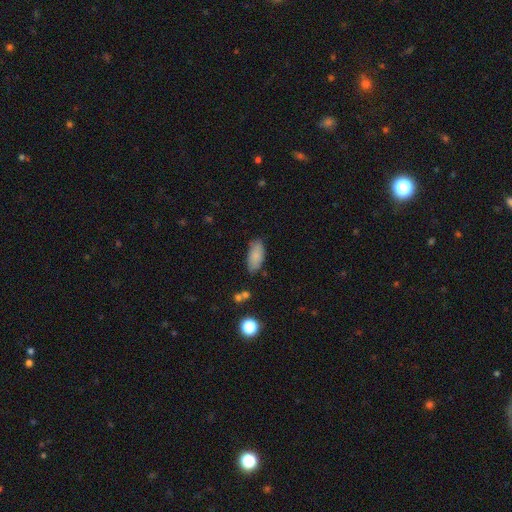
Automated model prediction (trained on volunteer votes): A smooth galaxy with no disk features (83%) that is in between round and cigar-shaped (88%).

Vote fractions:
- Smooth or featured? smooth: 83% / featured or disk: 9% / star or artifact: 7%
- How rounded? in between: 88% / cigar-shaped: 10% / round: 2%
- Merging? none: 75% / minor disturbance: 18% / major disturbance: 4% / merger: 3%